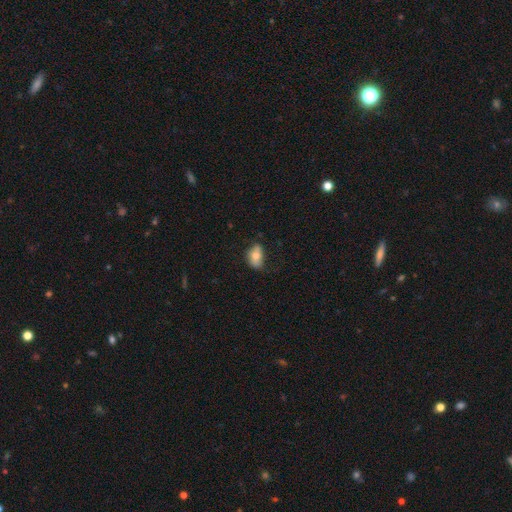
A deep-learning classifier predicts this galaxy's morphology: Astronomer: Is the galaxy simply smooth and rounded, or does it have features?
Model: smooth — 70%.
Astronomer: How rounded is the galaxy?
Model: in between — 86%.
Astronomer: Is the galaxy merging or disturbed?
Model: none — 59%.